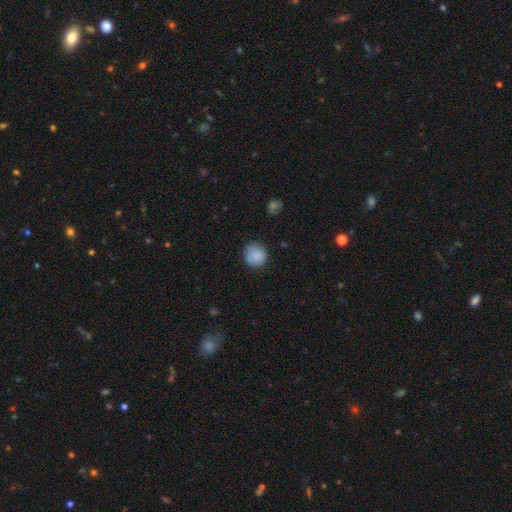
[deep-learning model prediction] Smooth or featured? smooth (87%)
How rounded? round (91%)
Merging? none (81%)